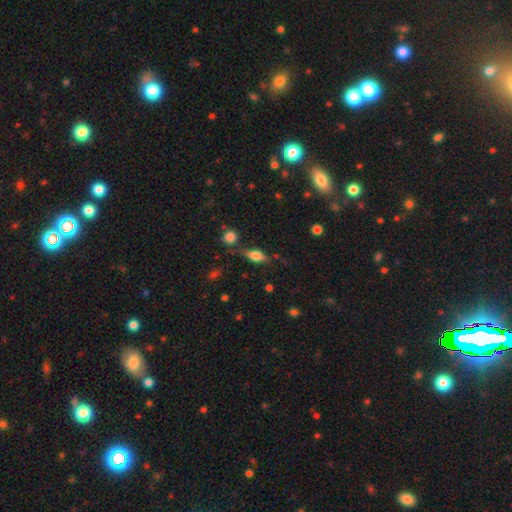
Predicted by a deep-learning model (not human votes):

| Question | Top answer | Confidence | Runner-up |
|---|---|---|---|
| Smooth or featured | smooth | 53% | featured or disk (37%) |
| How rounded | in between | 68% | cigar-shaped (23%) |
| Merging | none | 71% | minor disturbance (17%) |